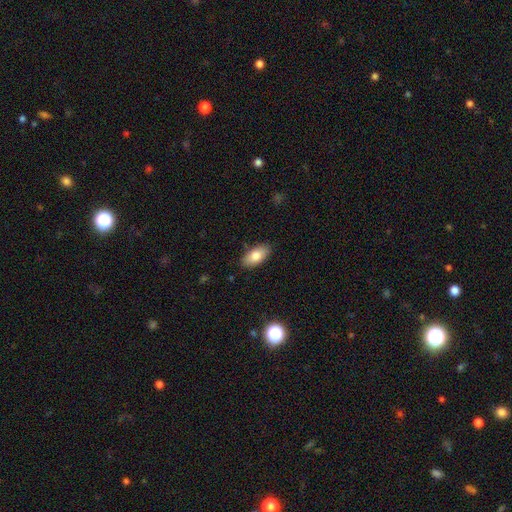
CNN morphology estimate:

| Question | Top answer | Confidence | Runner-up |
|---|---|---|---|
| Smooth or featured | smooth | 81% | featured or disk (12%) |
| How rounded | in between | 91% | cigar-shaped (6%) |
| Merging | none | 87% | minor disturbance (10%) |